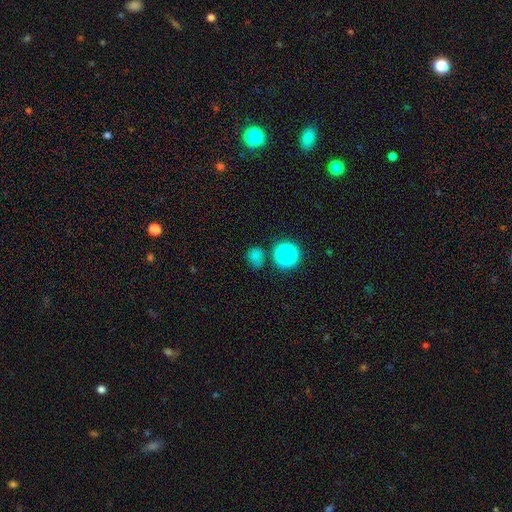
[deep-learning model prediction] smooth_or_featured: smooth (p=0.55) [alt: star or artifact p=0.37]
how_rounded: round (p=0.82) [alt: in between p=0.17]
merging: none (p=0.75) [alt: minor disturbance p=0.12]